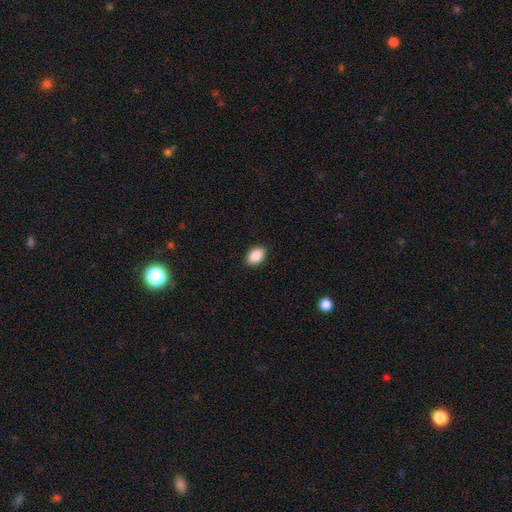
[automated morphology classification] Smooth or featured?
  - smooth: 88% *
  - star or artifact: 7%
  - featured or disk: 5%
How rounded?
  - in between: 85% *
  - round: 14%
  - cigar-shaped: 1%
Merging?
  - none: 89% *
  - minor disturbance: 8%
  - major disturbance: 2%
  - merger: 1%